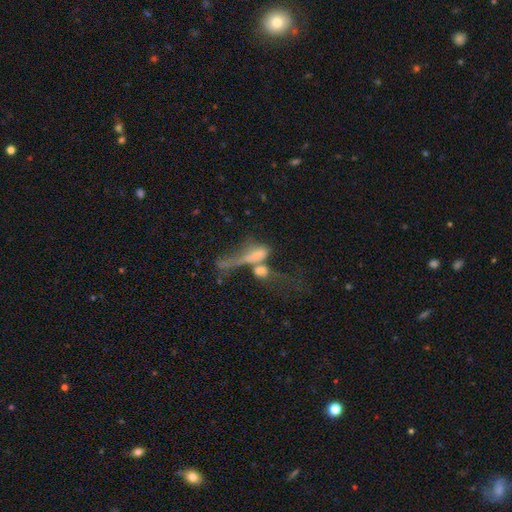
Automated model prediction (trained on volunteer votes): The model was most divided on "smooth or featured": featured or disk: 46%, smooth: 38%, star or artifact: 16%. More confident: merging — merger (51%).